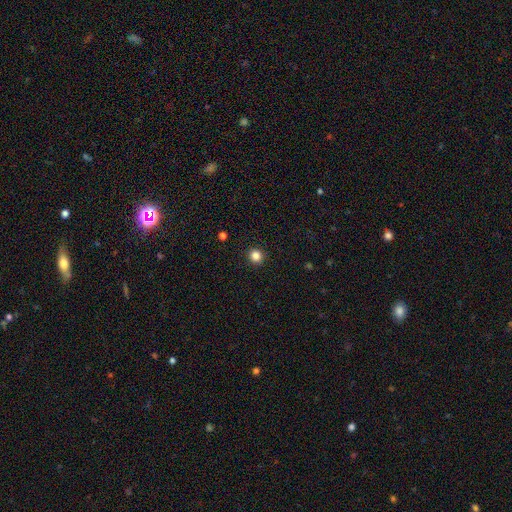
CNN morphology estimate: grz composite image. It shows a smooth galaxy with no disk features (84%) that is round (91%). Merging: none (93%).